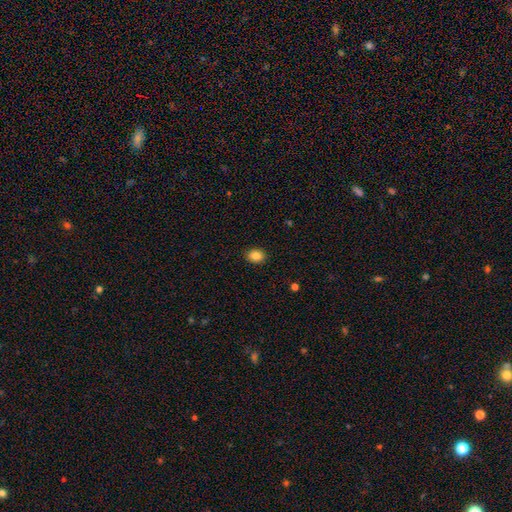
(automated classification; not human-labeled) Q: Smooth or featured?
A: smooth (87%); runner-up: star or artifact (9%)
Q: How rounded?
A: in between (56%); runner-up: round (43%)
Q: Merging?
A: none (90%); runner-up: minor disturbance (7%)